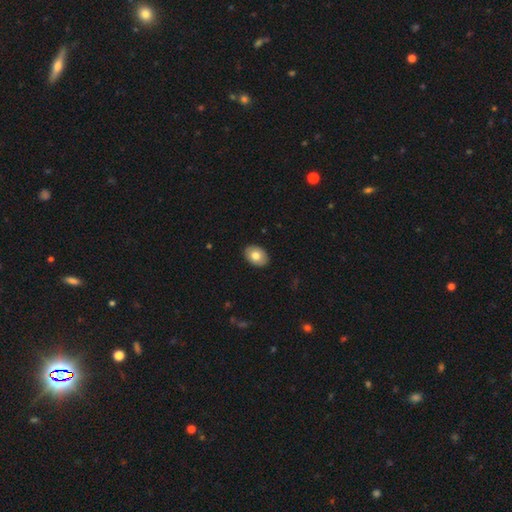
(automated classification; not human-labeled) A smooth galaxy with no disk features (79%) that is in between round and cigar-shaped (79%).

Vote fractions:
- Smooth or featured? smooth: 79% / featured or disk: 15% / star or artifact: 7%
- How rounded? in between: 79% / round: 20% / cigar-shaped: 1%
- Merging? none: 90% / minor disturbance: 7% / major disturbance: 2% / merger: 1%